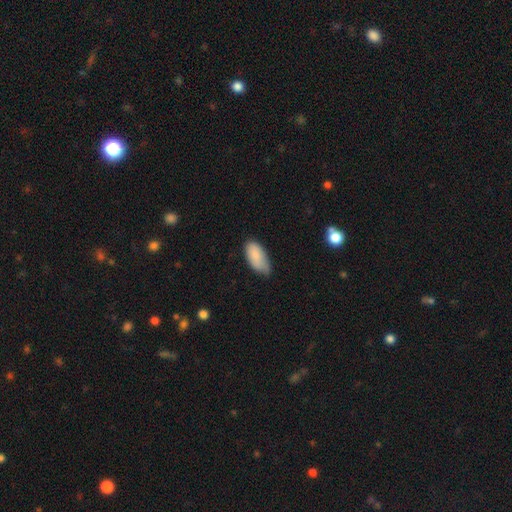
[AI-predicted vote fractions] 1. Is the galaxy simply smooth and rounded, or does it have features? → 86% smooth, 8% featured or disk, 6% star or artifact.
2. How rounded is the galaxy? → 94% in between, 4% cigar-shaped, 2% round.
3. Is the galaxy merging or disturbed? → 50% none, 42% minor disturbance, 7% major disturbance, 2% merger.